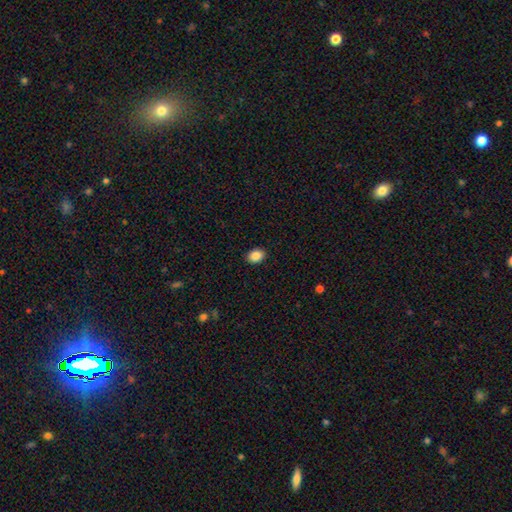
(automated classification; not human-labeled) A smooth galaxy with no disk features (88%) that is in between round and cigar-shaped (67%).

Vote fractions:
- Smooth or featured? smooth: 88% / star or artifact: 9% / featured or disk: 3%
- How rounded? in between: 67% / round: 32% / cigar-shaped: 1%
- Merging? none: 90% / minor disturbance: 7% / major disturbance: 2% / merger: 1%